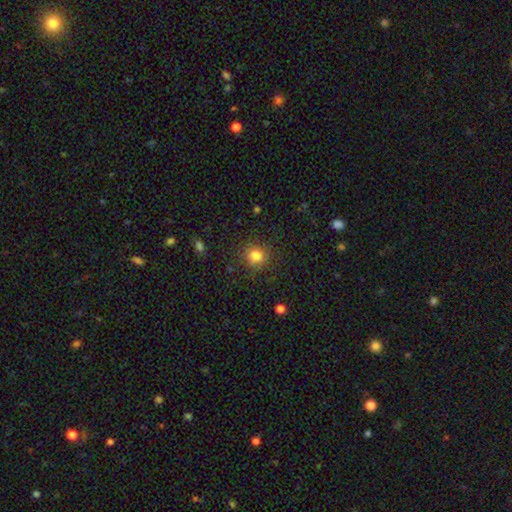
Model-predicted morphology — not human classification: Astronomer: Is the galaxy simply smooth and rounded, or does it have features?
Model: smooth — 81%.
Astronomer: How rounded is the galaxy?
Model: round — 82%.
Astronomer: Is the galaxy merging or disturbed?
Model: none — 84%.